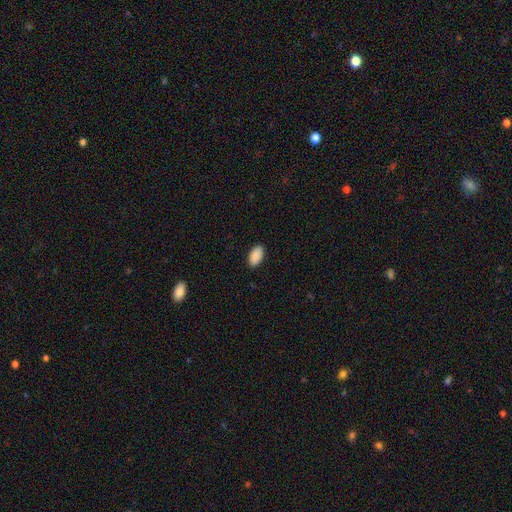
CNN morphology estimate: Smooth or featured?
  - smooth: 90% *
  - star or artifact: 7%
  - featured or disk: 3%
How rounded?
  - in between: 95% *
  - round: 3%
  - cigar-shaped: 2%
Merging?
  - none: 89% *
  - minor disturbance: 8%
  - major disturbance: 2%
  - merger: 1%